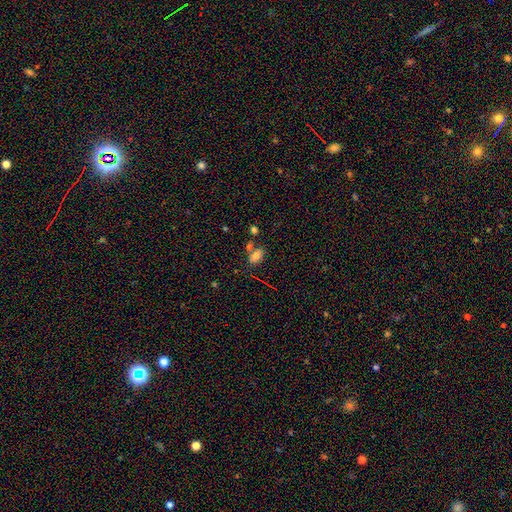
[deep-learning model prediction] Overall: smooth (74%). How rounded: in between (88%). Merging: none (57%; merger 24%).